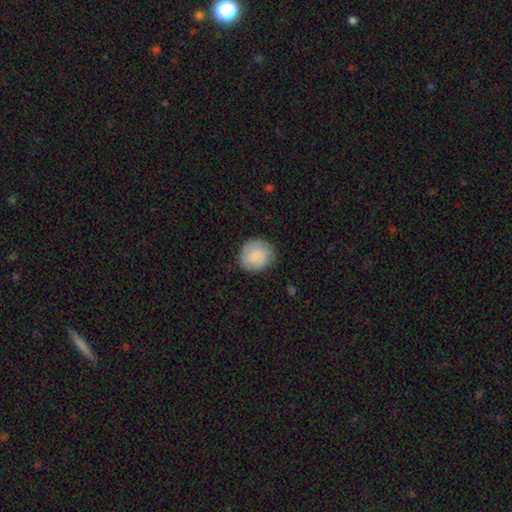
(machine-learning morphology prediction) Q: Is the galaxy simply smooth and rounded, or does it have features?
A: smooth — 85%.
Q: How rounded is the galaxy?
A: round — 85%.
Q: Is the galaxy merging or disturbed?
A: none — 83%.